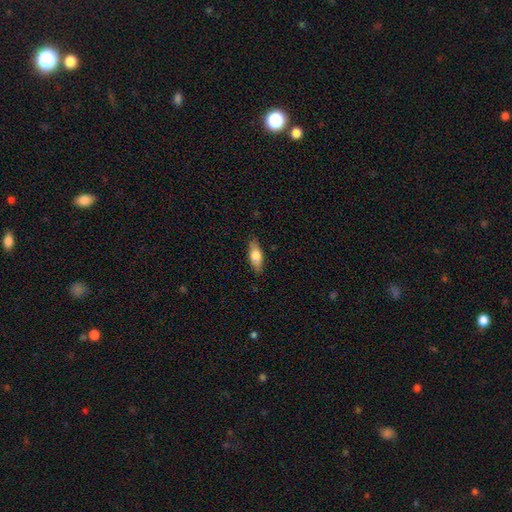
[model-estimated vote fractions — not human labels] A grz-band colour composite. It shows a smooth galaxy with no disk features (71%) that is in between round and cigar-shaped (71%). Merging: none (85%).